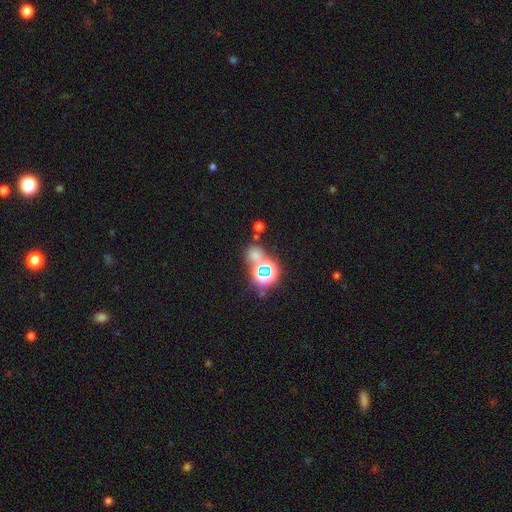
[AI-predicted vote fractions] Smooth or featured? Predicted: star or artifact (p=0.46, tied with smooth).